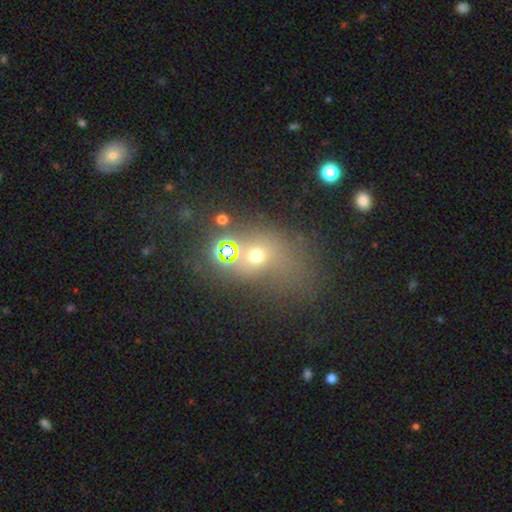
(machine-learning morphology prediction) This appears to be a smooth galaxy with no disk features (49%). Merging: none (51%).